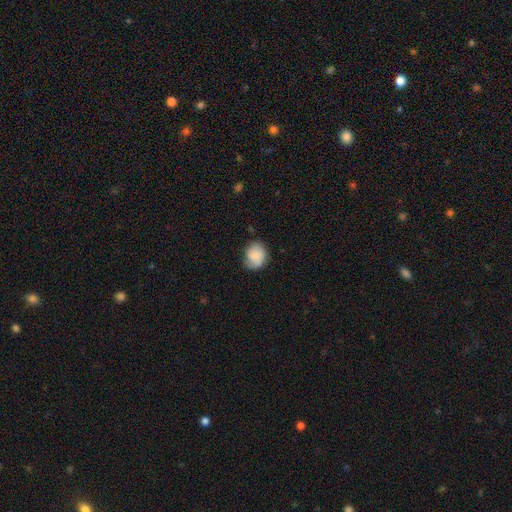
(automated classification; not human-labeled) The model was most divided on "how rounded": round: 62%, in between: 37%, cigar-shaped: 1%. More confident: smooth or featured — smooth (77%); merging — none (71%).